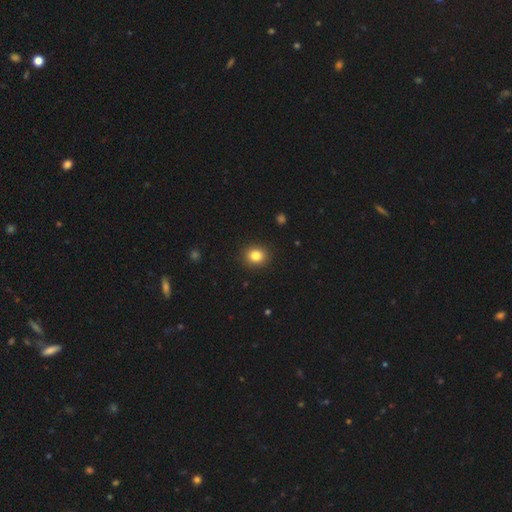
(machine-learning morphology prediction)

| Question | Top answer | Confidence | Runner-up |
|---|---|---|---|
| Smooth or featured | smooth | 84% | star or artifact (11%) |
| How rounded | round | 75% | in between (24%) |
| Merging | none | 91% | minor disturbance (6%) |